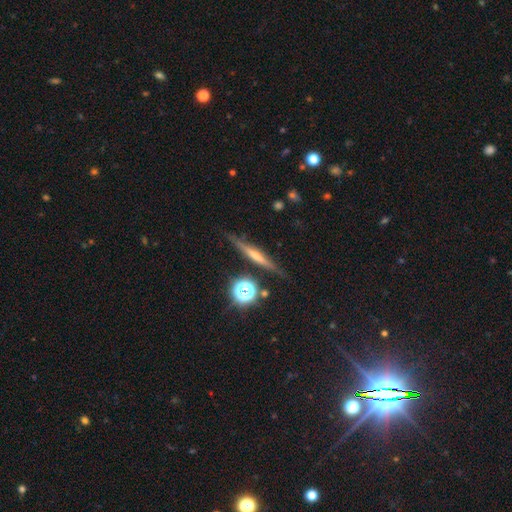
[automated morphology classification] smooth-or-featured: featured or disk: 66% | smooth: 18% | star or artifact: 16%
  disk-edge-on: yes: 95% | no: 5%
    edge-on-bulge: rounded: 79% | none: 13% | boxy: 8%
  merging: none: 85% | minor disturbance: 9% | merger: 3% | major disturbance: 3%